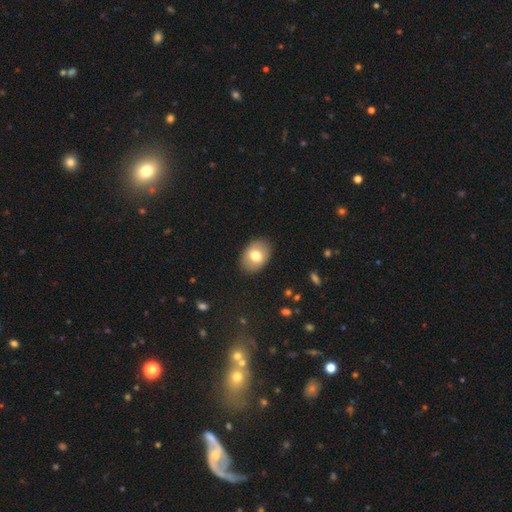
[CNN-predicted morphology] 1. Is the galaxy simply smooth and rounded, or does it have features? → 73% smooth, 19% featured or disk, 7% star or artifact.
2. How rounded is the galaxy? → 75% in between, 24% round, 1% cigar-shaped.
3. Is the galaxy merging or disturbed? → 88% none, 9% minor disturbance, 2% major disturbance, 1% merger.